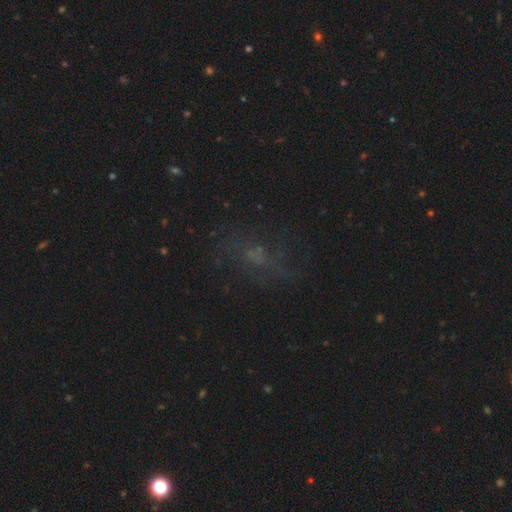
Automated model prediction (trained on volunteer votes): A featured or disk galaxy (36%).

Vote fractions:
- Smooth or featured? featured or disk: 36% / star or artifact: 34% / smooth: 30%
- Merging? none: 60% / major disturbance: 20% / minor disturbance: 18% / merger: 2%